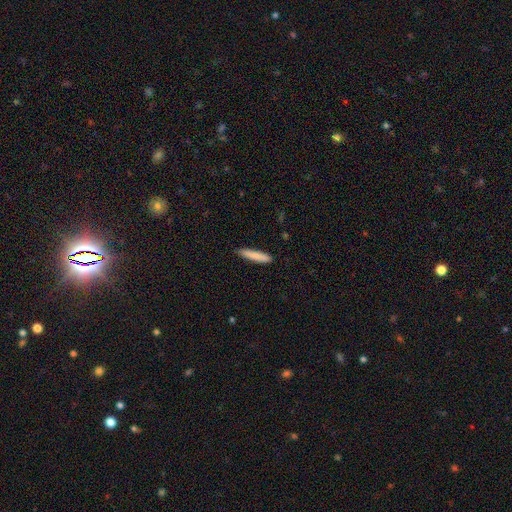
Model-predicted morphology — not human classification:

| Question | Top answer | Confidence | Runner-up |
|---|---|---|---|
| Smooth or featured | smooth | 83% | featured or disk (11%) |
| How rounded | cigar-shaped | 90% | in between (9%) |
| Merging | none | 87% | minor disturbance (10%) |